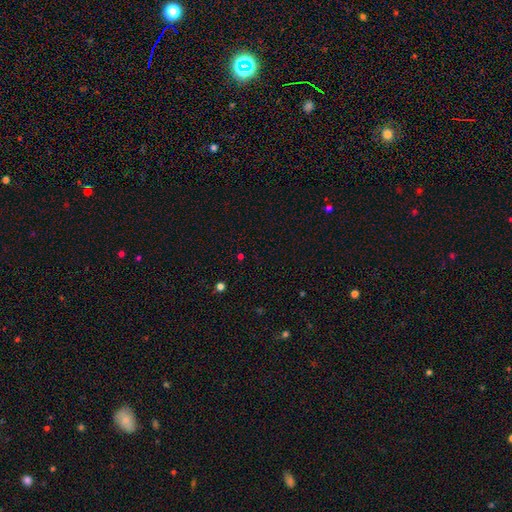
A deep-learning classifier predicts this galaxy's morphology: Smooth or featured? star or artifact (62%)